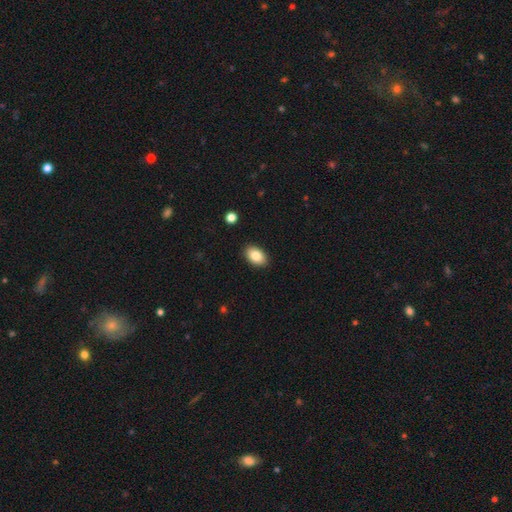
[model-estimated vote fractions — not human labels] Smooth or featured? smooth (84%)
How rounded? in between (90%)
Merging? none (89%)